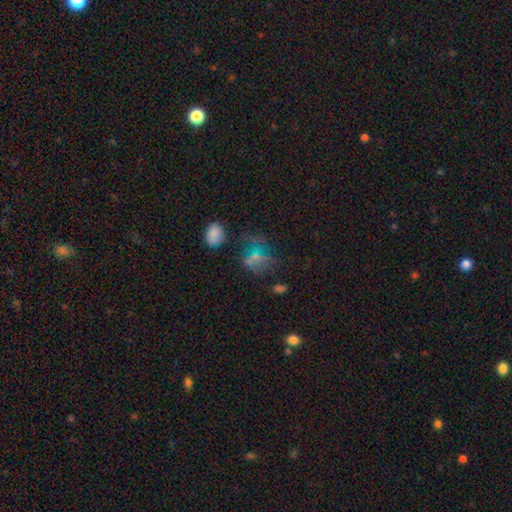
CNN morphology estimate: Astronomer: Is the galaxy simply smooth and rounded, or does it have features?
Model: smooth — 44% (runner-up: star or artifact, 33%).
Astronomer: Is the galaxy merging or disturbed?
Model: none — 51%.